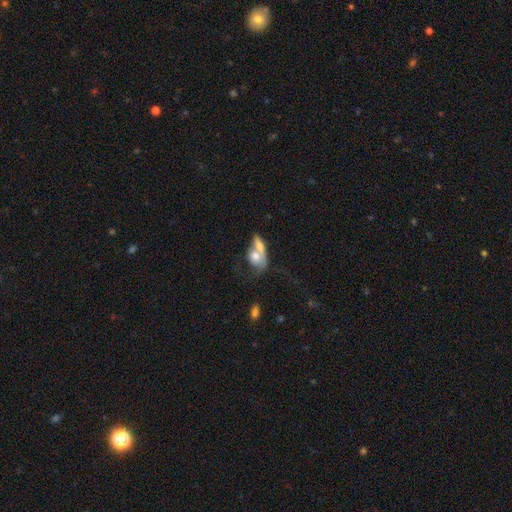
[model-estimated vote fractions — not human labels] A smooth galaxy with no disk features (64%) that is in between round and cigar-shaped (71%). Merging: merger (71%).